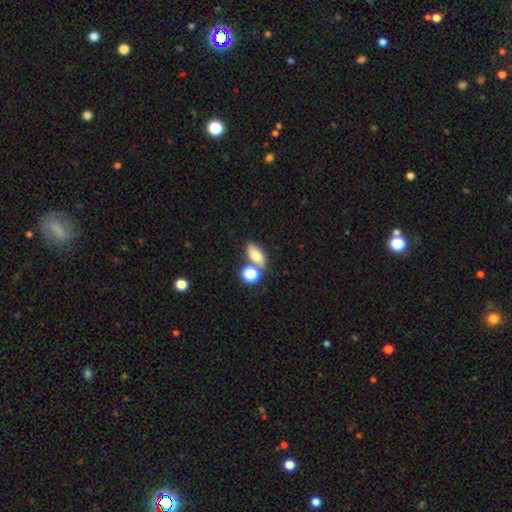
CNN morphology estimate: This appears to be a smooth galaxy with no disk features (73%) that is in between round and cigar-shaped (77%). Merging: none (59%).